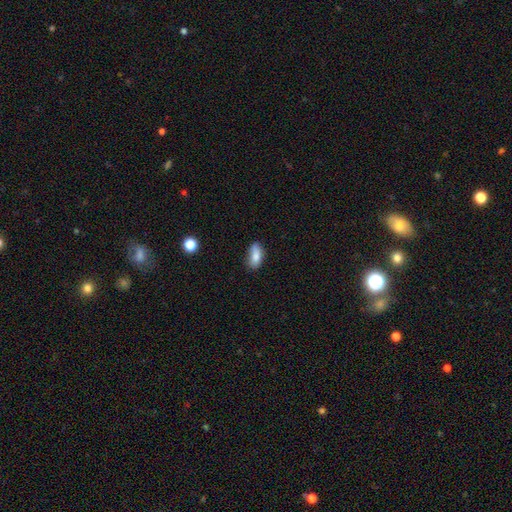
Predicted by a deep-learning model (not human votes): A smooth galaxy with no disk features (81%) that is in between round and cigar-shaped (86%). Merging: none (64%).